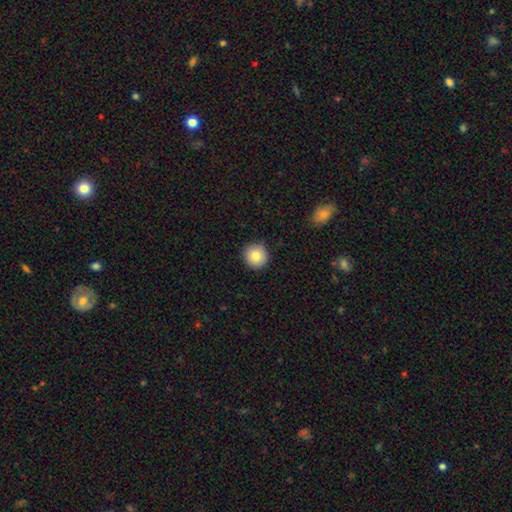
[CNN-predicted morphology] smooth-or-featured: smooth: 84% | star or artifact: 9% | featured or disk: 8%
  how-rounded: round: 95% | in between: 4% | cigar-shaped: 1%
  merging: none: 92% | minor disturbance: 6% | major disturbance: 2% | merger: 1%